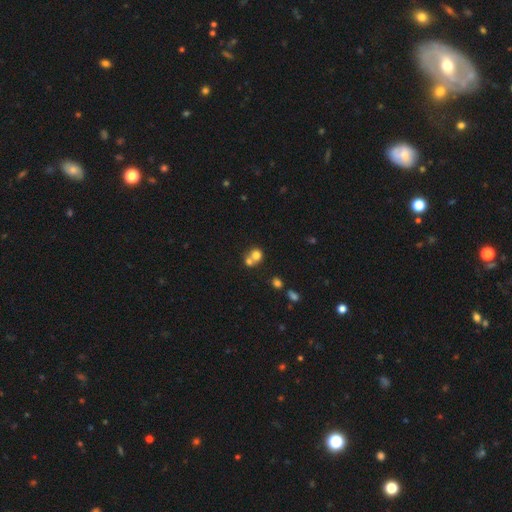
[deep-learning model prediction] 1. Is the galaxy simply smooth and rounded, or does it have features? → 72% smooth, 15% featured or disk, 12% star or artifact.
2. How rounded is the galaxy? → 78% round, 21% in between, 1% cigar-shaped.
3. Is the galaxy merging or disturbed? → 57% merger, 34% none, 6% minor disturbance, 3% major disturbance.